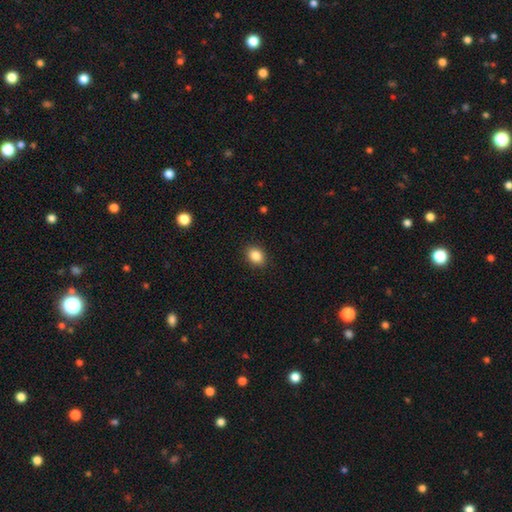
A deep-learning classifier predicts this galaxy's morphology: This is clearly a smooth galaxy (86%). How rounded: likely in between (63%). Merging: clearly none (90%).